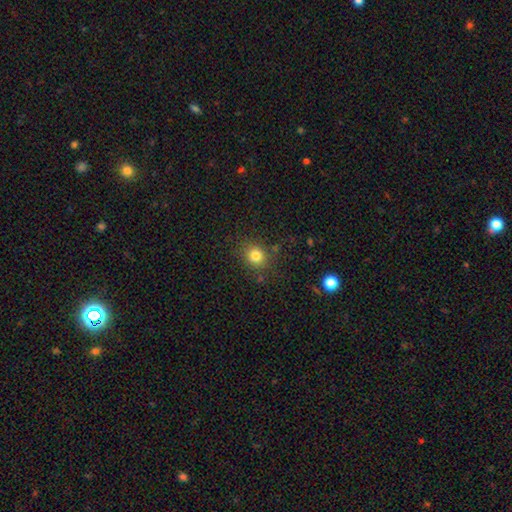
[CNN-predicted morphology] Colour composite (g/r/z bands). It shows a smooth galaxy with no disk features (80%) that is round (80%). Merging: none (81%).